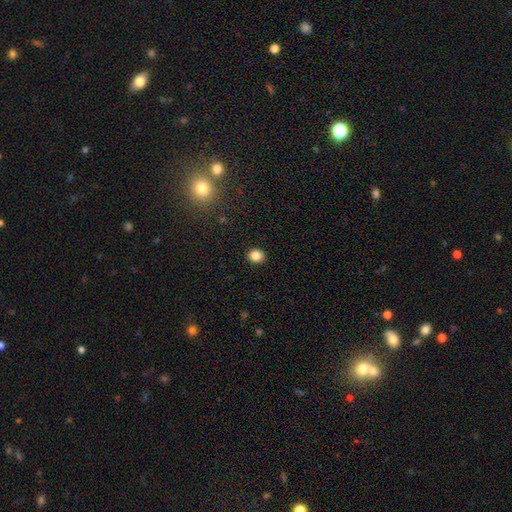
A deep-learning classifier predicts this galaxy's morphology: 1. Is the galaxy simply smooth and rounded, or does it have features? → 84% smooth, 11% star or artifact, 5% featured or disk.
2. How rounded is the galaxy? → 72% round, 27% in between, 1% cigar-shaped.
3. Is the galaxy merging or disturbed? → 91% none, 6% minor disturbance, 2% major disturbance, 1% merger.